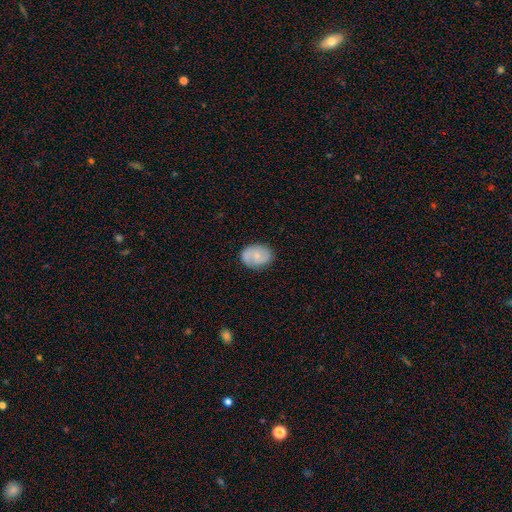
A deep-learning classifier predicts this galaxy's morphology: Smooth or featured?
  - smooth: 57% *
  - featured or disk: 36%
  - star or artifact: 7%
How rounded?
  - in between: 68% *
  - round: 31%
  - cigar-shaped: 1%
Merging?
  - none: 80% *
  - minor disturbance: 15%
  - major disturbance: 4%
  - merger: 1%